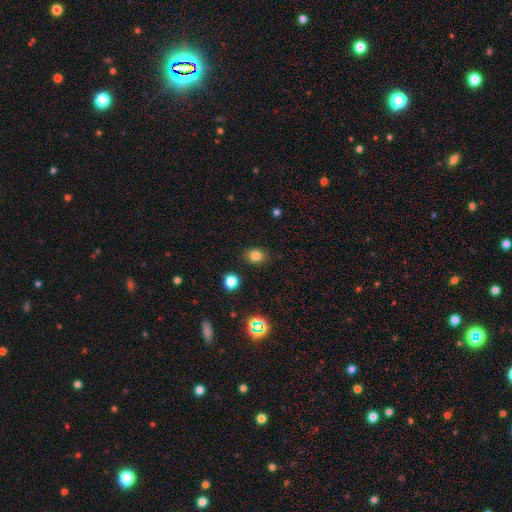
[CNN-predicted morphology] A smooth galaxy with no disk features (80%) that is in between round and cigar-shaped (59%). Merging: none (86%).